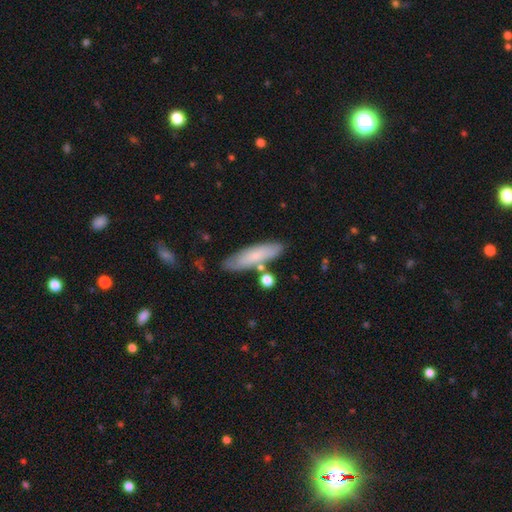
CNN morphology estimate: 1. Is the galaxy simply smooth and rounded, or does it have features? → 71% smooth, 23% featured or disk, 7% star or artifact.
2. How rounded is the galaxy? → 68% cigar-shaped, 30% in between, 2% round.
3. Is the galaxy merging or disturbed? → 77% none, 14% minor disturbance, 6% merger, 3% major disturbance.